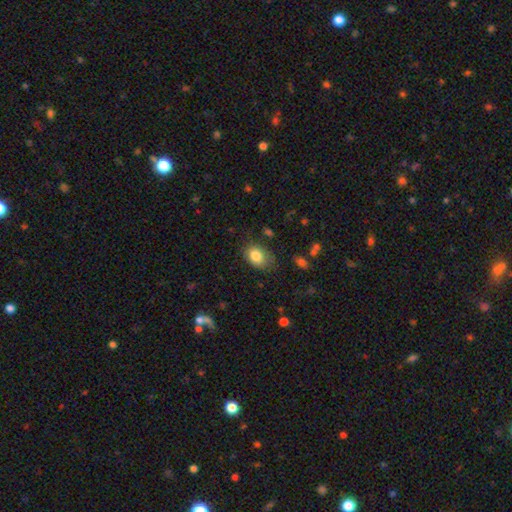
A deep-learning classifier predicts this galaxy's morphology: Smooth or featured? Predicted: smooth (p=0.83). How rounded? Predicted: in between (p=0.72). Merging? Predicted: none (p=0.69).